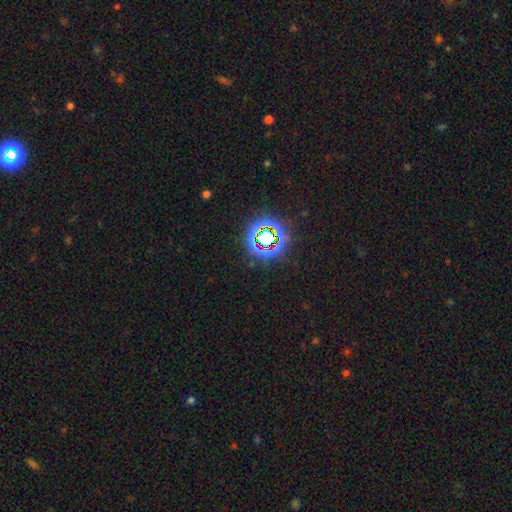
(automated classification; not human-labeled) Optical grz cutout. It shows a star or artifact, not a galaxy (68%).